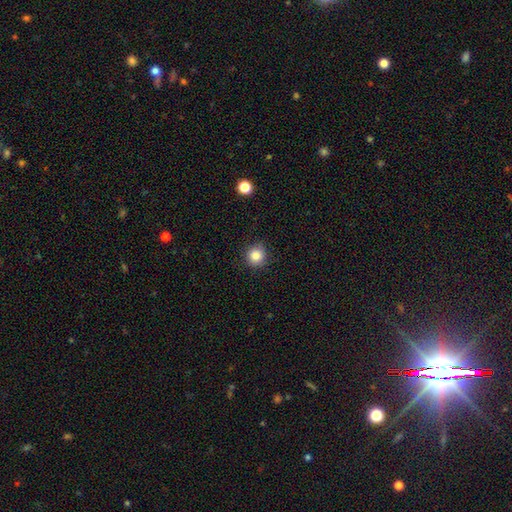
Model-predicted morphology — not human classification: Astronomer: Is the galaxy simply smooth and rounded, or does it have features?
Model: smooth — 85%.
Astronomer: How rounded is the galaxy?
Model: round — 92%.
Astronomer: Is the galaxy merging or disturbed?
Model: none — 88%.